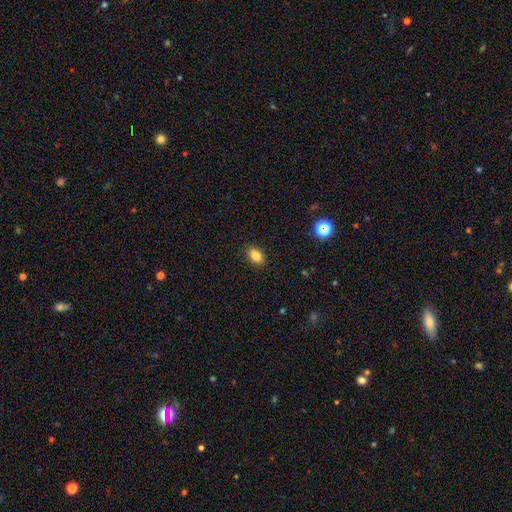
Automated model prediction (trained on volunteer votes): Smooth or featured?
  - smooth: 84% *
  - star or artifact: 10%
  - featured or disk: 6%
How rounded?
  - in between: 82% *
  - round: 16%
  - cigar-shaped: 2%
Merging?
  - none: 88% *
  - minor disturbance: 9%
  - major disturbance: 2%
  - merger: 1%